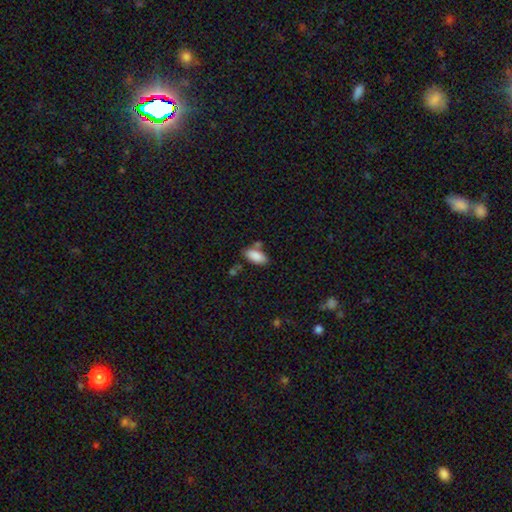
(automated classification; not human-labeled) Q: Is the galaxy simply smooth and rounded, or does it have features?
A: smooth — 88%.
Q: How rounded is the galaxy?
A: in between — 91%.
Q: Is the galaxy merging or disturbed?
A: none — 67%.